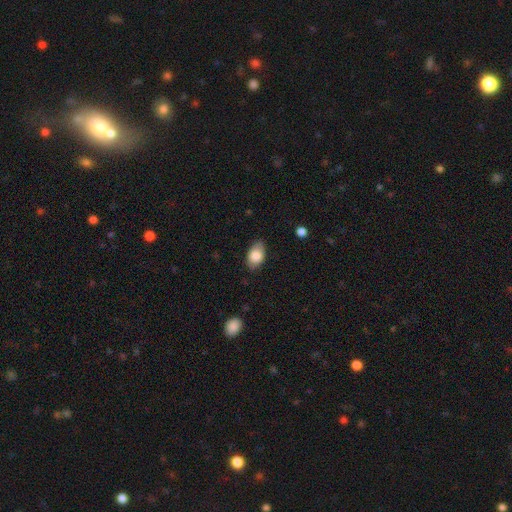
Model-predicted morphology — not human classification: Overall: smooth (83%). How rounded: in between (89%). Merging: none (77%).